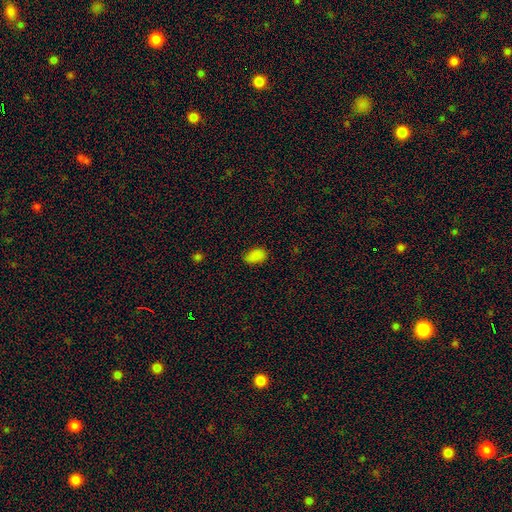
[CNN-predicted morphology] smooth 85%, star or artifact 11%, featured or disk 3%. Down the decision tree: how rounded — in between (92%); merging — none (80%).